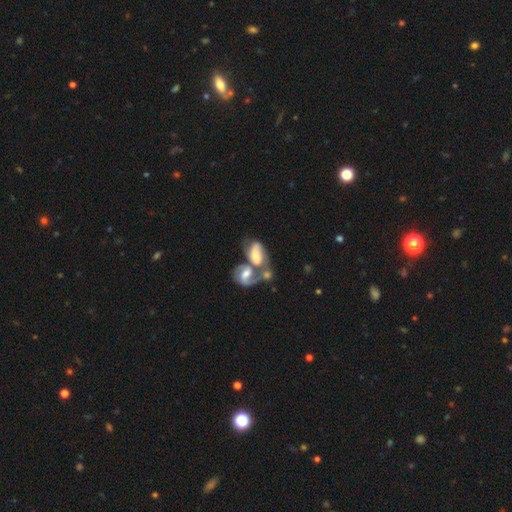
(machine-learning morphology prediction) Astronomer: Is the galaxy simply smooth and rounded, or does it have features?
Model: featured or disk — 62%.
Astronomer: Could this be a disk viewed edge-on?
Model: no — 95%.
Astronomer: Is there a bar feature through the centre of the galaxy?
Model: no — 48% (runner-up: weak, 36%).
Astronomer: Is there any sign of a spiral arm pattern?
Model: yes — 80%.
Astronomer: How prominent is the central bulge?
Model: moderate — 46% (runner-up: small, 28%).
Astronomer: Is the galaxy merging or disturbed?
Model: merger — 71%.